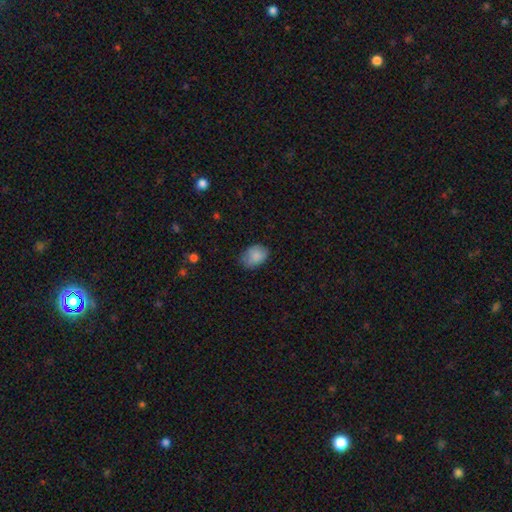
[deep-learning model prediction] Smooth or featured? smooth (86%)
How rounded? in between (77%)
Merging? none (69%)